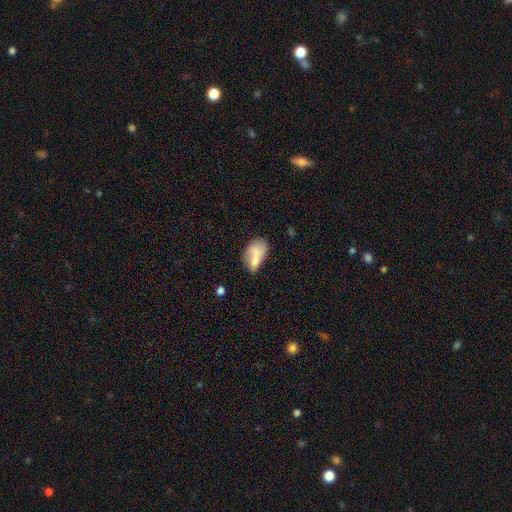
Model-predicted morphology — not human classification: This is likely a smooth galaxy (68%). How rounded: clearly in between (87%). Merging: marginally none (33%).